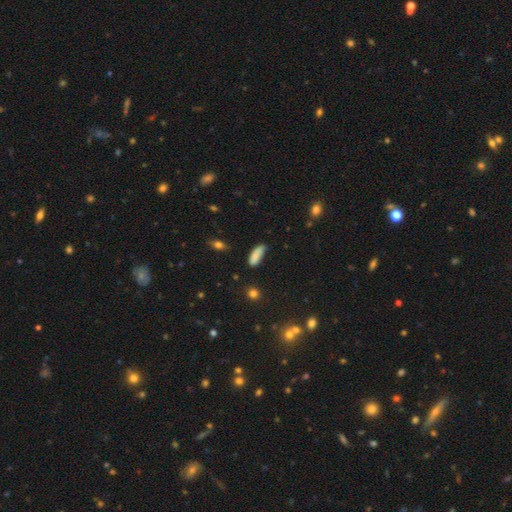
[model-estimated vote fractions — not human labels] Q: Smooth or featured?
A: smooth (82%); runner-up: star or artifact (9%)
Q: How rounded?
A: in between (63%); runner-up: cigar-shaped (35%)
Q: Merging?
A: none (51%); runner-up: minor disturbance (36%)